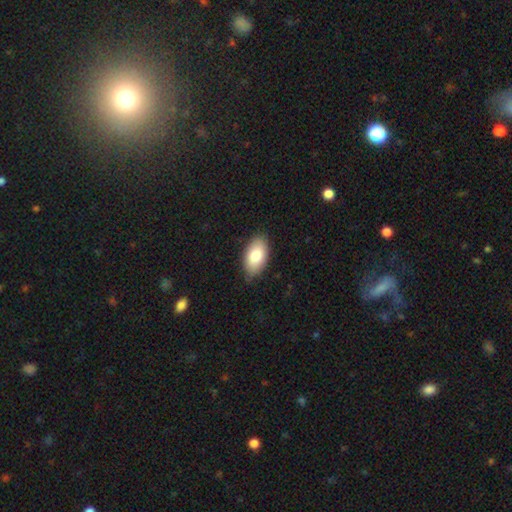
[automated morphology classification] Smooth or featured?
  - smooth: 82% *
  - featured or disk: 12%
  - star or artifact: 6%
How rounded?
  - in between: 95% *
  - round: 3%
  - cigar-shaped: 2%
Merging?
  - none: 82% *
  - minor disturbance: 14%
  - major disturbance: 3%
  - merger: 1%